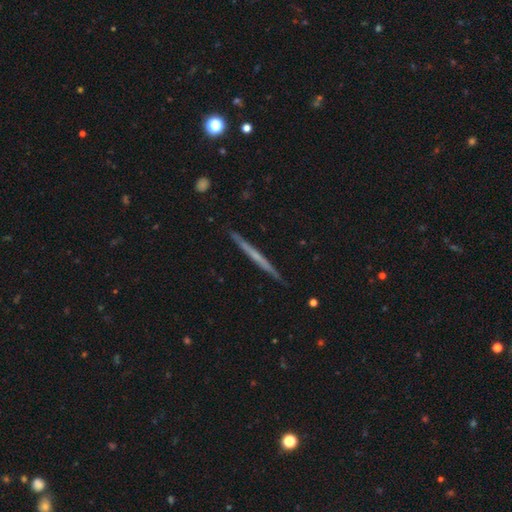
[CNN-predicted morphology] This appears to be a featured or disk galaxy (58%) viewed edge-on (98%) with no central bulge (85%). Merging: none (91%).